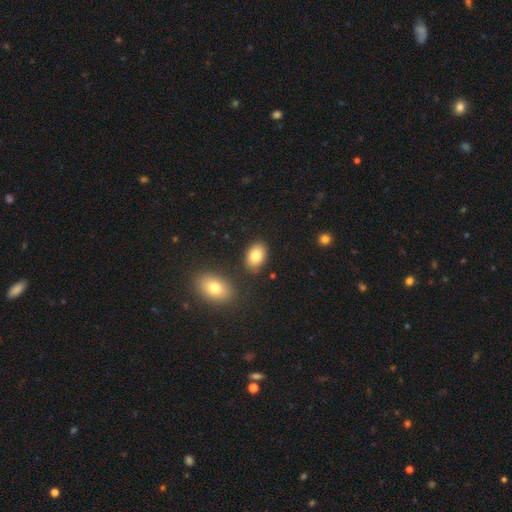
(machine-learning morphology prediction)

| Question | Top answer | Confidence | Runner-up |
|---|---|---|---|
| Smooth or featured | smooth | 82% | featured or disk (10%) |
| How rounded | in between | 86% | round (13%) |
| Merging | none | 83% | minor disturbance (9%) |